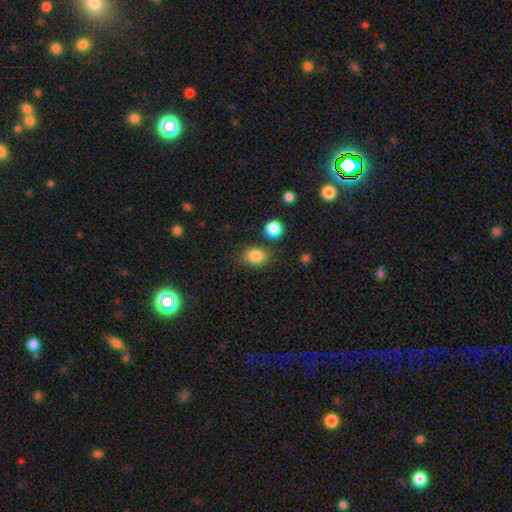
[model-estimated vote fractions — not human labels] A smooth galaxy with no disk features (84%) that is in between round and cigar-shaped (57%). Merging: none (78%).